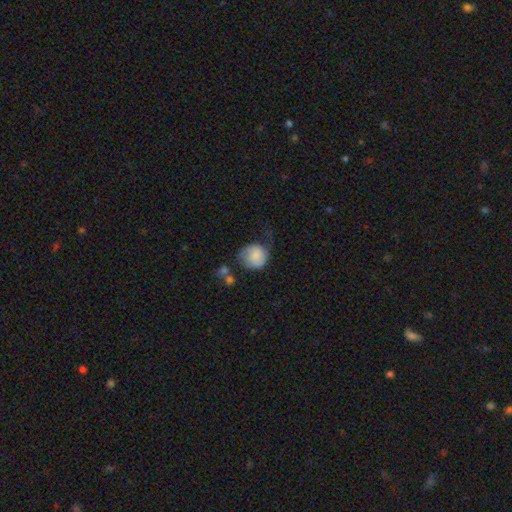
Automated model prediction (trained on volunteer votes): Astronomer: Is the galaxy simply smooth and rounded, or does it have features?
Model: smooth — 71%.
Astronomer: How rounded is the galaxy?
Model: round — 78%.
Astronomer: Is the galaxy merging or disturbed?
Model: none — 38% (runner-up: minor disturbance, 35%).